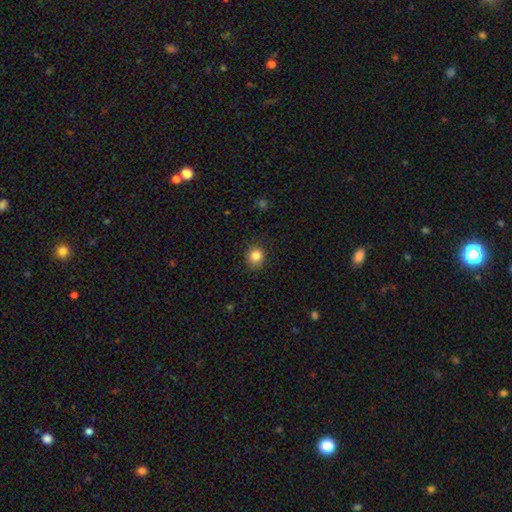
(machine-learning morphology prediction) Q: Smooth or featured?
A: smooth (84%); runner-up: star or artifact (11%)
Q: How rounded?
A: round (83%); runner-up: in between (16%)
Q: Merging?
A: none (84%); runner-up: minor disturbance (12%)